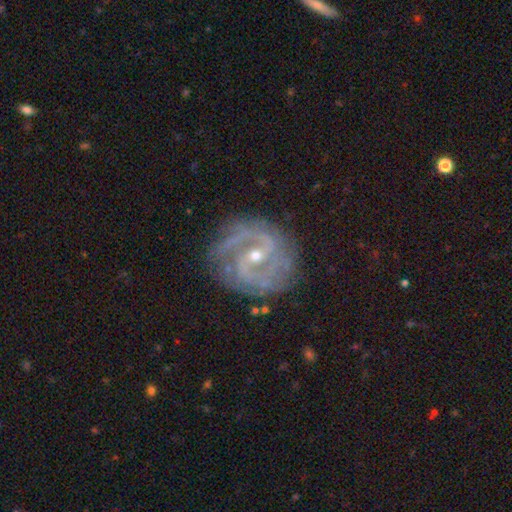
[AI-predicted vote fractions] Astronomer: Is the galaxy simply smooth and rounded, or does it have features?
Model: featured or disk — 91%.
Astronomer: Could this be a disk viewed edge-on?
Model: no — 97%.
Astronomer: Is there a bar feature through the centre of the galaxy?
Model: weak — 47% (runner-up: no, 28%).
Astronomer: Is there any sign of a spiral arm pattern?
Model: yes — 98%.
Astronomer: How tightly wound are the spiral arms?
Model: tight — 48% (runner-up: medium, 43%).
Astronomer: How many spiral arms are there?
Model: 2 — 67%.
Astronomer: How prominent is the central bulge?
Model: small — 52% (runner-up: moderate, 45%).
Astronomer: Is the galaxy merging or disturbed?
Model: none — 78%.